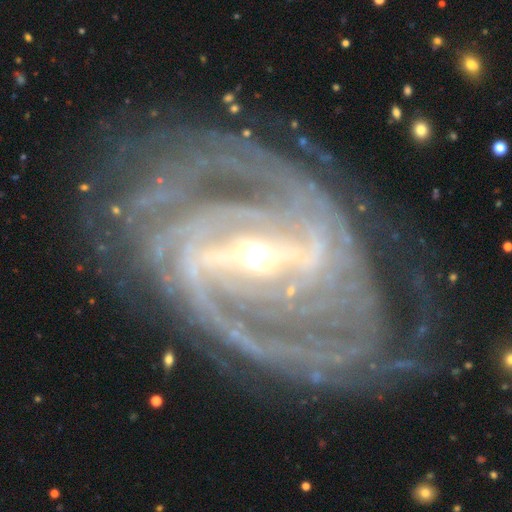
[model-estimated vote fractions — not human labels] A featured or disk galaxy (92%) with a strong bar (77%), 2 (33%) tight (60%) spiral arms (98%) and a small central bulge (63%). Merging: none (75%).